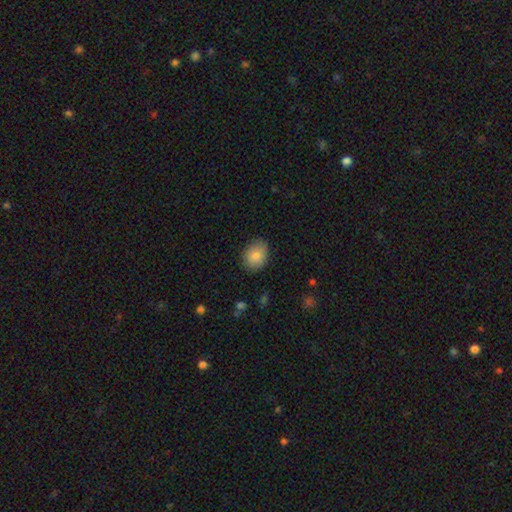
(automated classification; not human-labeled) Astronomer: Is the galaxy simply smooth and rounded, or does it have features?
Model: smooth — 85%.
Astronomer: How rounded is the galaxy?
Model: in between — 59% (runner-up: round, 41%).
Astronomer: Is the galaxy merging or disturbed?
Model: none — 82%.